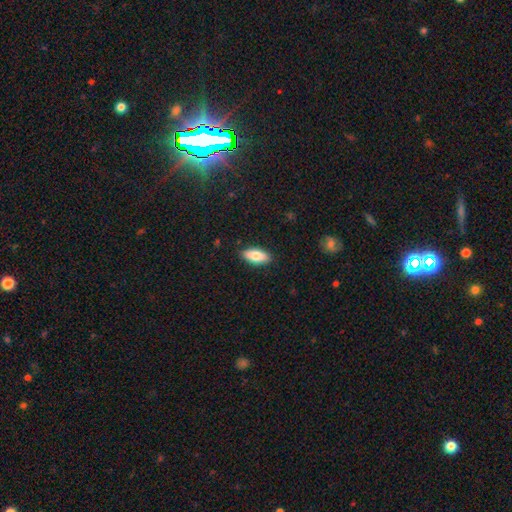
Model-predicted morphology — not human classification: This is likely a smooth galaxy (80%). How rounded: clearly in between (85%). Merging: clearly none (89%).